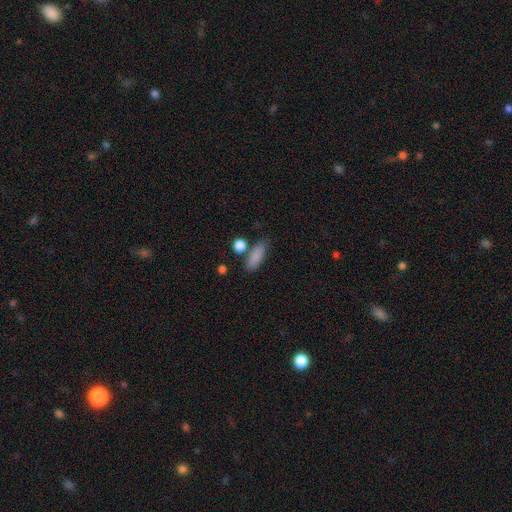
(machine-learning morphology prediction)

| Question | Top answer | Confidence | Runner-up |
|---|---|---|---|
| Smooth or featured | smooth | 86% | star or artifact (7%) |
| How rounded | in between | 67% | cigar-shaped (27%) |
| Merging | none | 73% | minor disturbance (14%) |